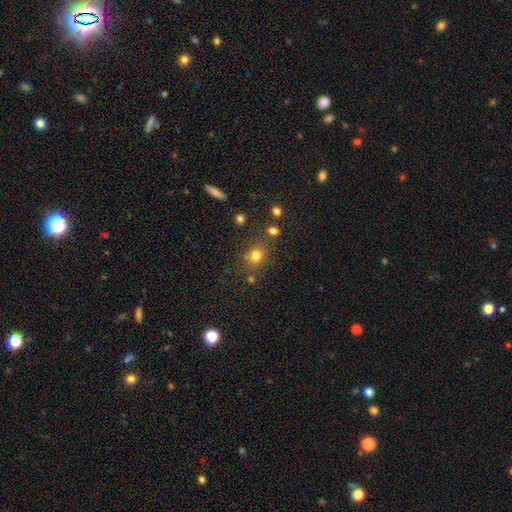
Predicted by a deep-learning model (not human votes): Q: Smooth or featured?
A: smooth (76%); runner-up: star or artifact (16%)
Q: How rounded?
A: round (80%); runner-up: in between (19%)
Q: Merging?
A: none (73%); runner-up: minor disturbance (13%)